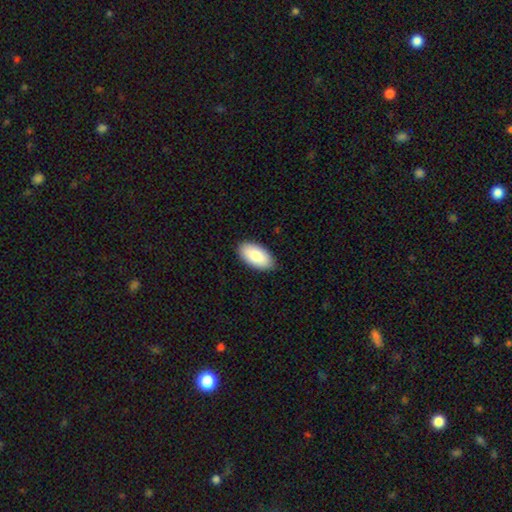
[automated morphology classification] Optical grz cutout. It shows a smooth galaxy with no disk features (85%) that is in between round and cigar-shaped (96%). Merging: none (88%).